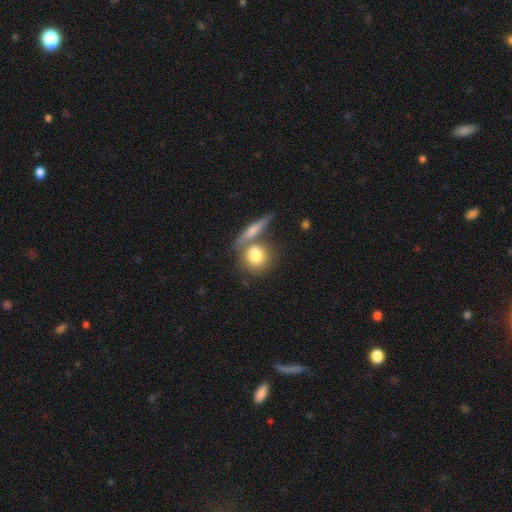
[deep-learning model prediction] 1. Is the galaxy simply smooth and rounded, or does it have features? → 77% smooth, 16% featured or disk, 7% star or artifact.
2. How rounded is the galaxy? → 72% round, 23% in between, 5% cigar-shaped.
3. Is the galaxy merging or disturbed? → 52% none, 32% merger, 11% minor disturbance, 5% major disturbance.